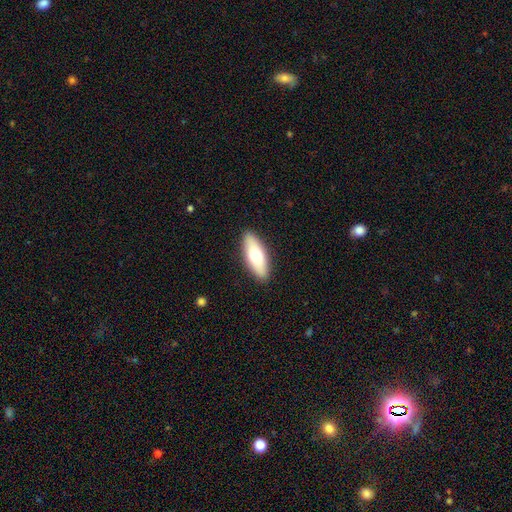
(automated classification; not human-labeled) This appears to be a smooth galaxy with no disk features (68%) that is in between round and cigar-shaped (67%). Merging: none (90%).